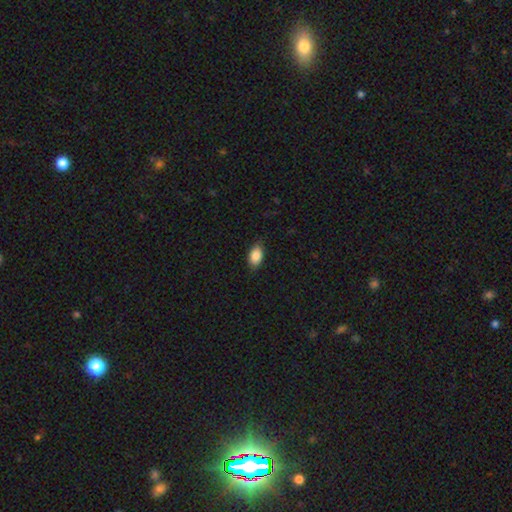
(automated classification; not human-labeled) The model was most divided on "merging": none: 83%, minor disturbance: 14%, major disturbance: 3%, merger: 1%. More confident: how rounded — in between (90%); smooth or featured — smooth (87%).